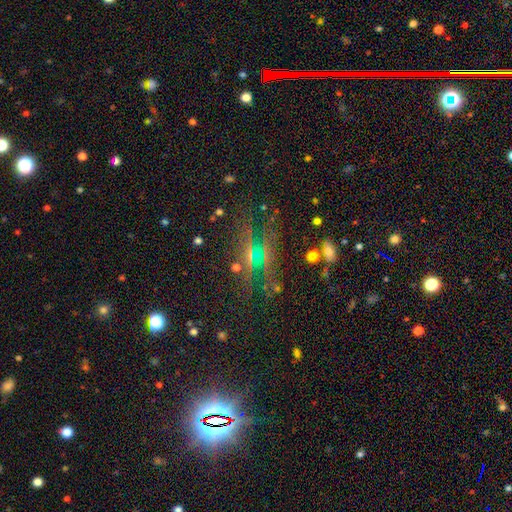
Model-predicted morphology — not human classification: A star or artifact, not a galaxy (47%).

Vote fractions:
- Smooth or featured? star or artifact: 47% / featured or disk: 29% / smooth: 25%